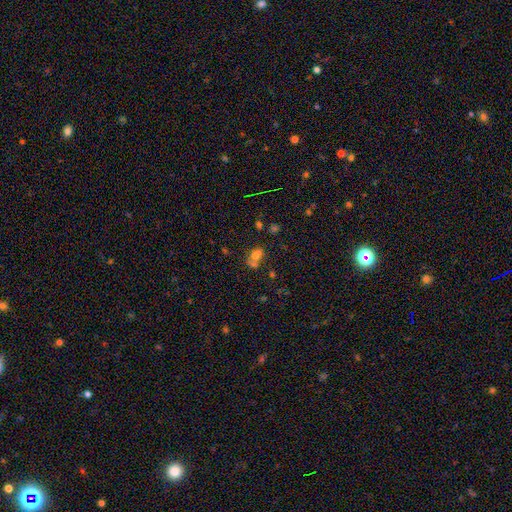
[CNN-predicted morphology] Smooth or featured? Predicted: smooth (p=0.63). How rounded? Predicted: in between (p=0.68). Merging? Predicted: merger (p=0.45).